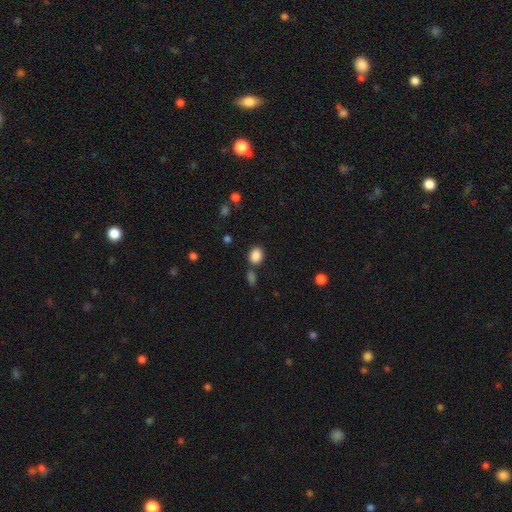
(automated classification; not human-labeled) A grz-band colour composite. It shows a smooth galaxy with no disk features (87%) that is in between round and cigar-shaped (55%). Merging: none (71%).